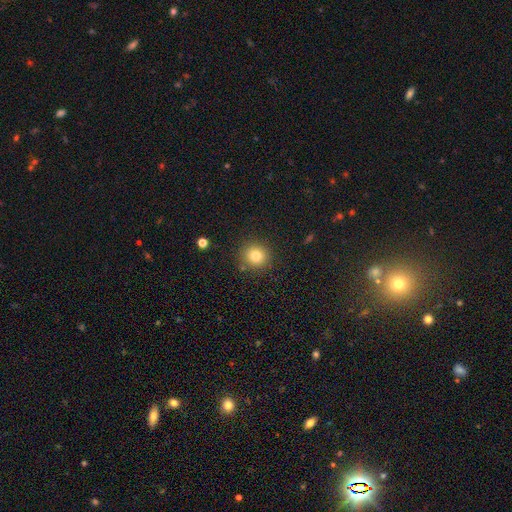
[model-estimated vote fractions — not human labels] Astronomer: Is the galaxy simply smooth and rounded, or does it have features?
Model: smooth — 80%.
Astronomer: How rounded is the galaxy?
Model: round — 92%.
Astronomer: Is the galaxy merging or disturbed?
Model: none — 87%.